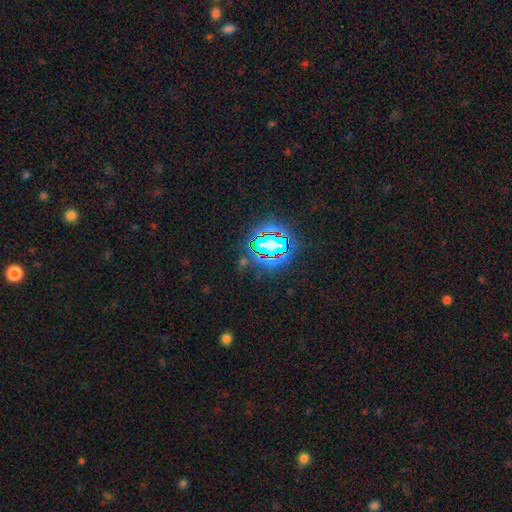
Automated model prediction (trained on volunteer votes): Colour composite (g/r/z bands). It shows a star or artifact, not a galaxy (82%).